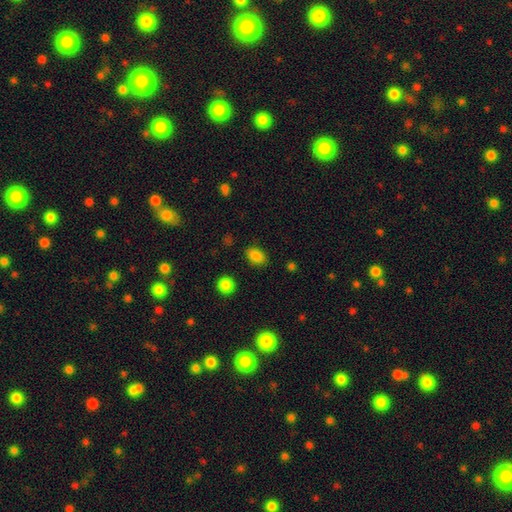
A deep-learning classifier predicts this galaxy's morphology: smooth 85%, star or artifact 11%, featured or disk 4%. Down the decision tree: how rounded — in between (80%); merging — none (86%).